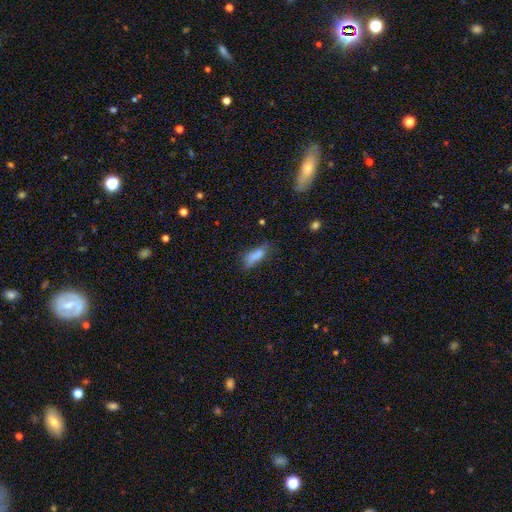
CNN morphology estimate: smooth_or_featured: smooth (p=0.79) [alt: featured or disk p=0.11]
how_rounded: in between (p=0.60) [alt: cigar-shaped p=0.38]
merging: none (p=0.47) [alt: minor disturbance p=0.33]